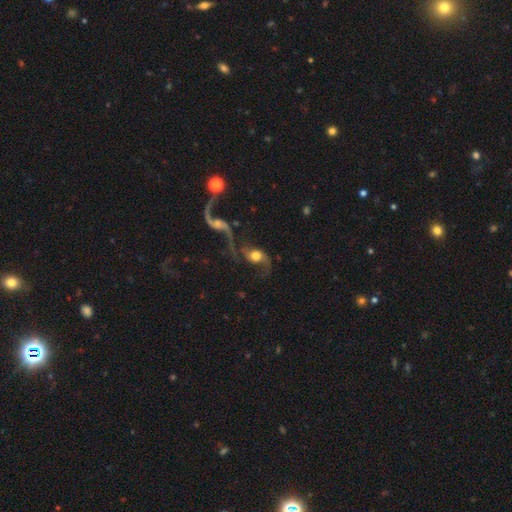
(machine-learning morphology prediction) Smooth or featured? Predicted: featured or disk (p=0.72). Edge-on disk? Predicted: no (p=0.95). Bar? Predicted: no (p=0.65). Spiral arms? Predicted: yes (p=0.89). Spiral winding? Predicted: loose (p=0.82). Spiral arm count? Predicted: 2 (p=0.84). Bulge size? Predicted: moderate (p=0.47). Merging? Predicted: none (p=0.35).